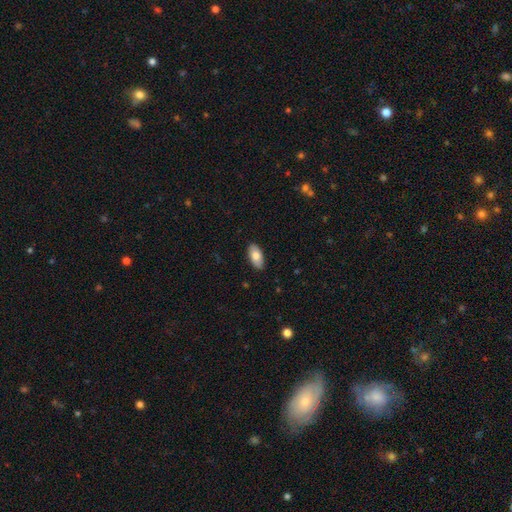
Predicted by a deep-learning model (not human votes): This appears to be a smooth galaxy with no disk features (77%) that is in between round and cigar-shaped (93%). Merging: none (88%).